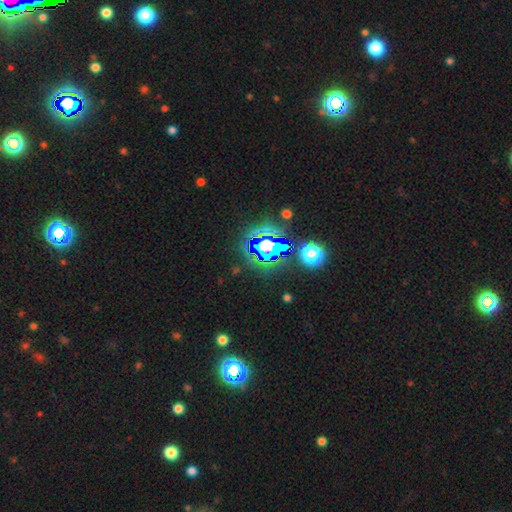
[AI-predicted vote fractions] Smooth or featured? star or artifact (78%)